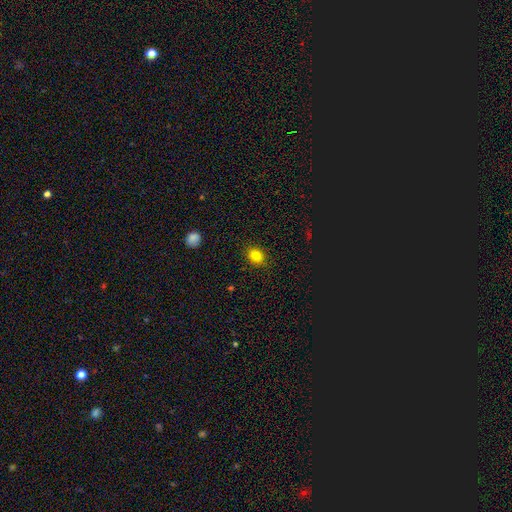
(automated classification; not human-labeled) This appears to be a smooth galaxy with no disk features (82%) that is round (58%). Merging: none (88%).